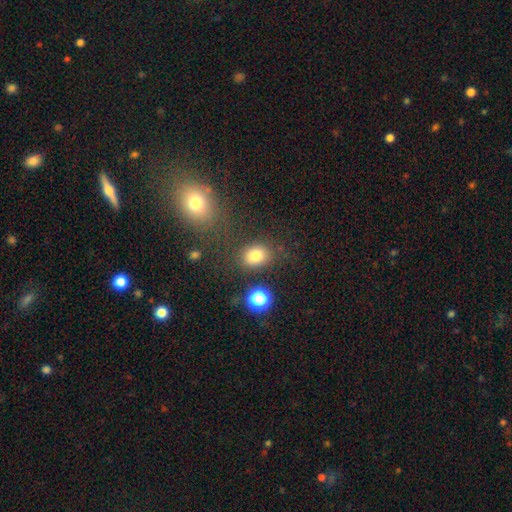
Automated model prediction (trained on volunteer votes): Overall: smooth (78%). How rounded: in between (50%; round 49%). Merging: none (78%).